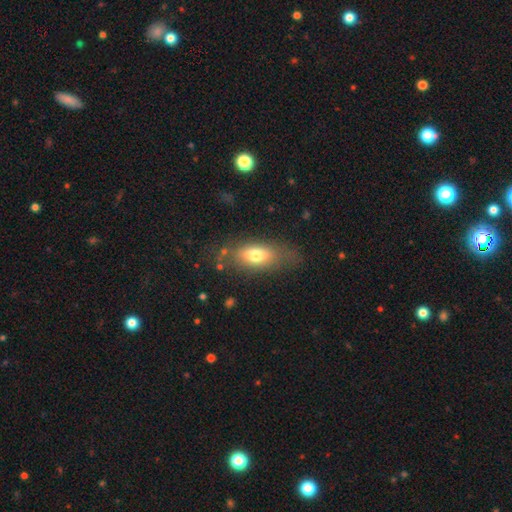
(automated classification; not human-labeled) Smooth or featured: smooth — 72% (featured or disk — 20%)
How rounded: in between — 80% (cigar-shaped — 15%)
Merging: none — 68% (minor disturbance — 19%)